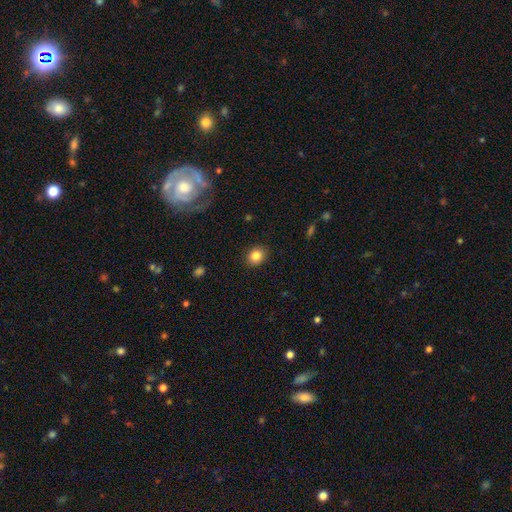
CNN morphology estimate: smooth 83%, star or artifact 10%, featured or disk 7%. Down the decision tree: how rounded — round (71%); merging — none (90%).